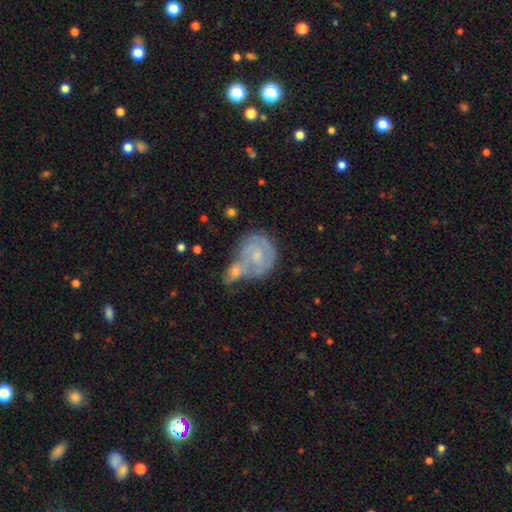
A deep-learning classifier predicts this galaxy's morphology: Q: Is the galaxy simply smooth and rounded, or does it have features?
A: featured or disk — 66%.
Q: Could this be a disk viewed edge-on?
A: no — 97%.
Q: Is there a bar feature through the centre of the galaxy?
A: no — 63%.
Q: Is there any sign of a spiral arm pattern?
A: yes — 79%.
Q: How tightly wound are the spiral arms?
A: tight — 65%.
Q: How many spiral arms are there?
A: can't tell — 44%.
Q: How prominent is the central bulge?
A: small — 56%.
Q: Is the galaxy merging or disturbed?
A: merger — 49%.